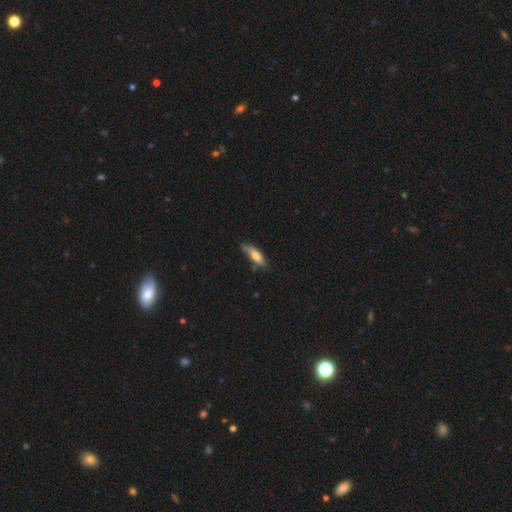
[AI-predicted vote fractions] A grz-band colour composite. It shows a smooth galaxy with no disk features (72%) that is cigar-shaped (54%). Merging: none (65%).